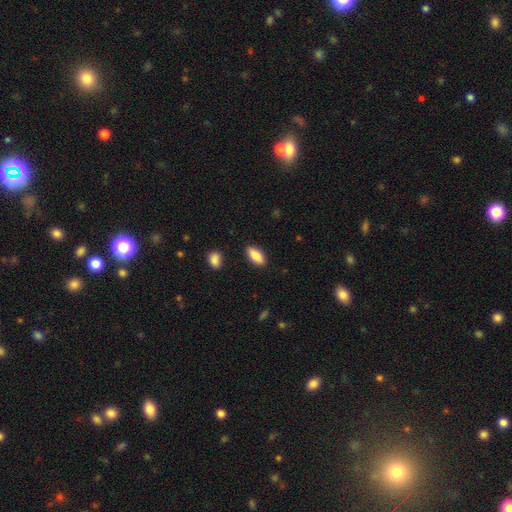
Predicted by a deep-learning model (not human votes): Q: Smooth or featured?
A: smooth (86%); runner-up: featured or disk (7%)
Q: How rounded?
A: in between (87%); runner-up: cigar-shaped (11%)
Q: Merging?
A: none (88%); runner-up: minor disturbance (9%)